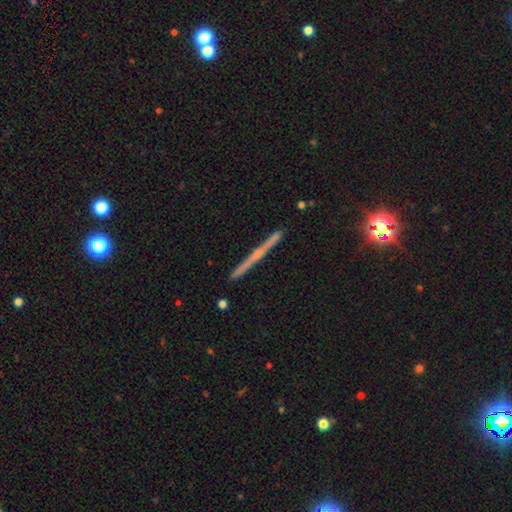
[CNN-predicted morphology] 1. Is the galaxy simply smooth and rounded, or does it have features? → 69% featured or disk, 23% smooth, 8% star or artifact.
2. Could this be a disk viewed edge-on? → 98% yes, 2% no.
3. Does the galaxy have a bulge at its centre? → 50% none, 42% rounded, 8% boxy.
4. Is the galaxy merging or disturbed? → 91% none, 6% minor disturbance, 1% merger, 1% major disturbance.